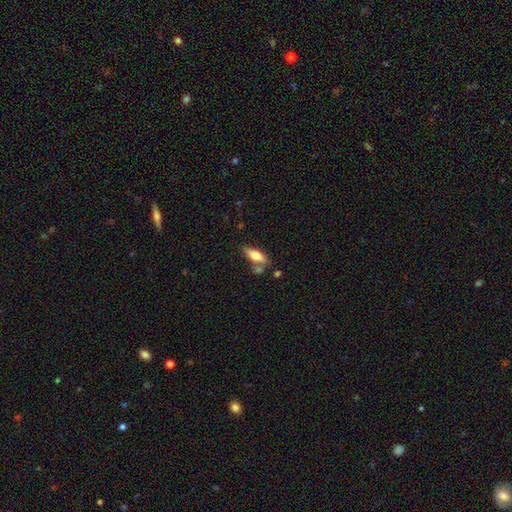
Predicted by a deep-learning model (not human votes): A smooth galaxy with no disk features (66%) that is in between round and cigar-shaped (63%). Merging: none (62%).